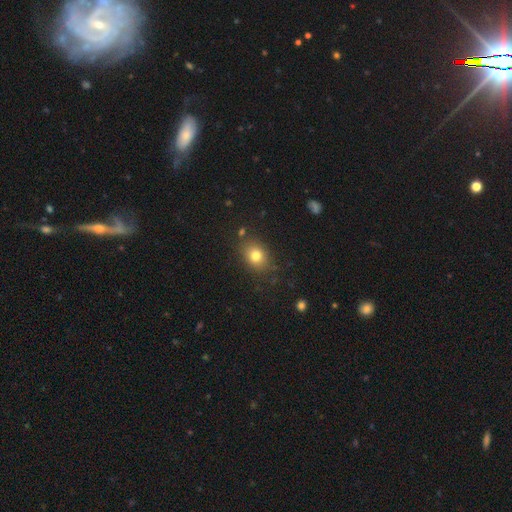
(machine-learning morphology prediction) Q: Smooth or featured?
A: smooth (78%); runner-up: star or artifact (12%)
Q: How rounded?
A: in between (51%); runner-up: round (48%)
Q: Merging?
A: none (81%); runner-up: minor disturbance (13%)